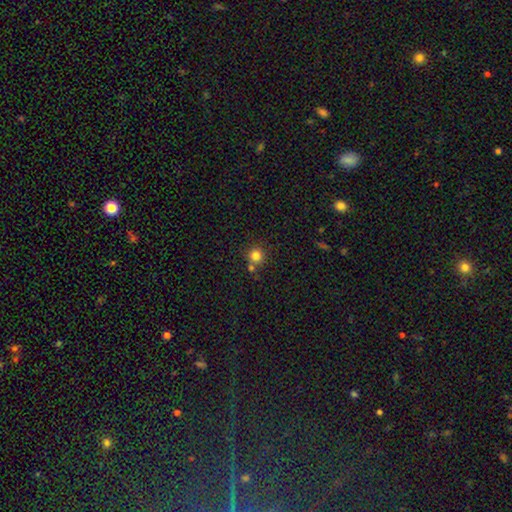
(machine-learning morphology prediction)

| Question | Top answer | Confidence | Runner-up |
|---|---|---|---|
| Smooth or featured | smooth | 81% | star or artifact (13%) |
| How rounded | round | 94% | in between (5%) |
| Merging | none | 71% | merger (18%) |